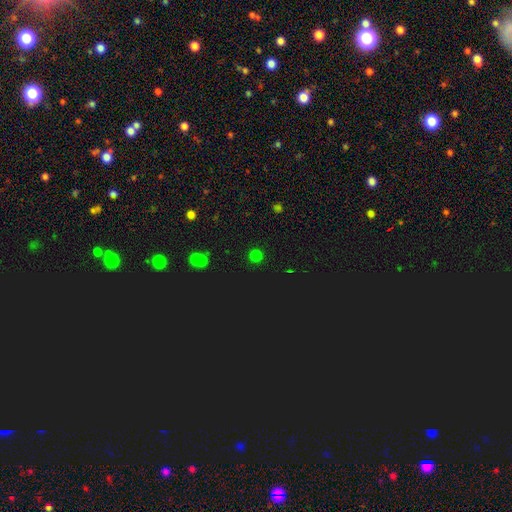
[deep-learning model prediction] smooth_or_featured: smooth (p=0.68) [alt: star or artifact p=0.27]
how_rounded: round (p=0.93) [alt: in between p=0.05]
merging: none (p=0.84) [alt: merger p=0.07]